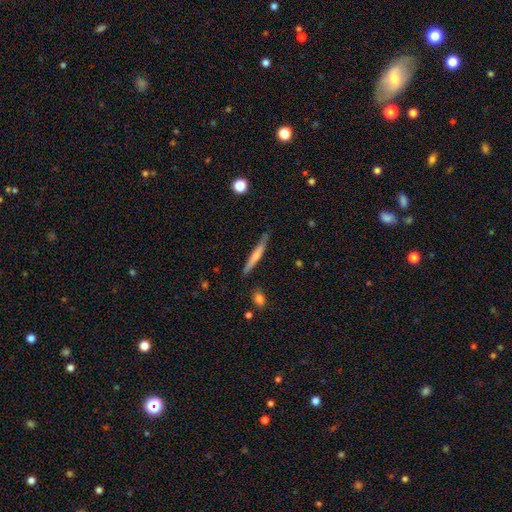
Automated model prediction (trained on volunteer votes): Smooth or featured? Predicted: smooth (p=0.60). How rounded? Predicted: cigar-shaped (p=0.95). Merging? Predicted: none (p=0.81).